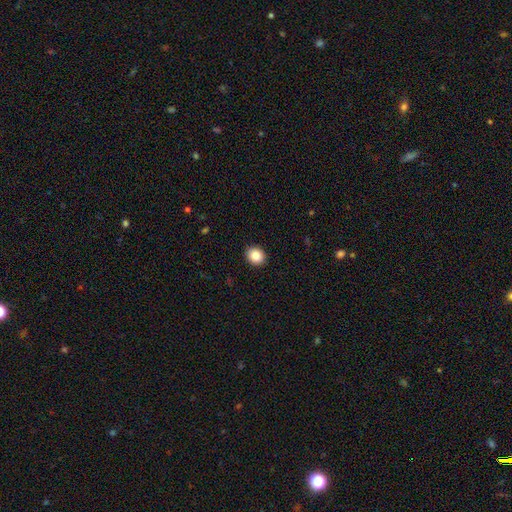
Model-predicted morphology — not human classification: Q: Smooth or featured?
A: smooth (85%); runner-up: star or artifact (9%)
Q: How rounded?
A: round (72%); runner-up: in between (27%)
Q: Merging?
A: none (92%); runner-up: minor disturbance (5%)